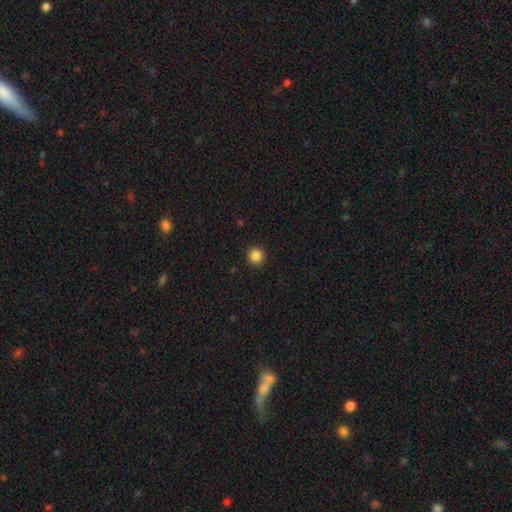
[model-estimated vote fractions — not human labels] A smooth galaxy with no disk features (86%) that is round (95%). Merging: none (92%).